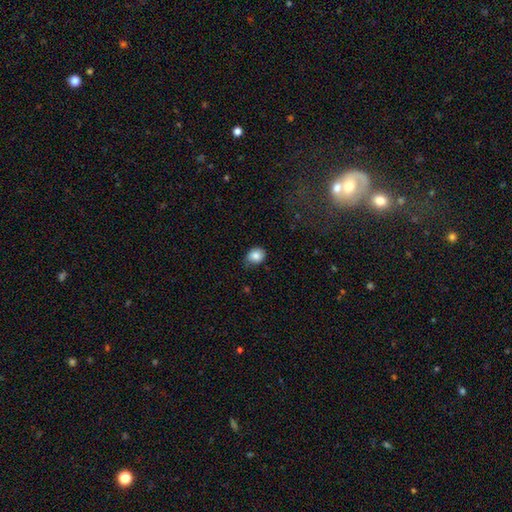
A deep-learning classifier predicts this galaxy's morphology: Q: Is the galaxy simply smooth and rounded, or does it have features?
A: smooth — 84%.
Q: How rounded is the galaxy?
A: round — 56%.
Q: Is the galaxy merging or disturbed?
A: none — 69%.